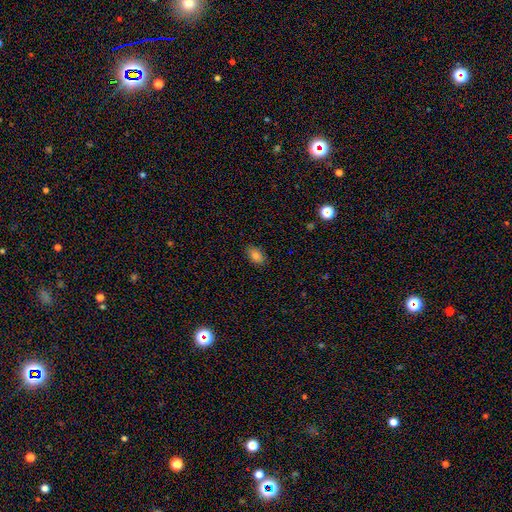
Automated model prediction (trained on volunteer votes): This appears to be a smooth galaxy with no disk features (85%) that is in between round and cigar-shaped (88%). Merging: none (86%).